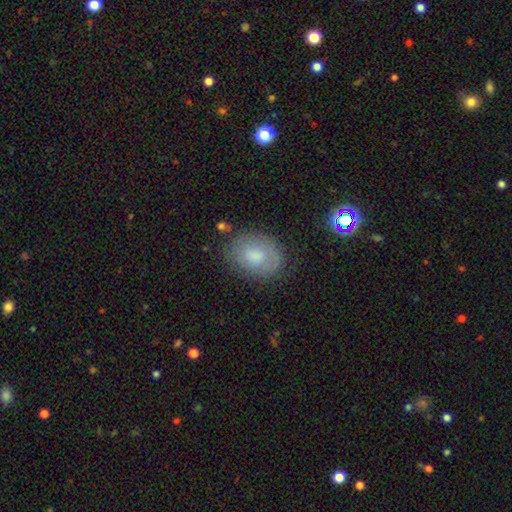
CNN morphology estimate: smooth 68%, featured or disk 22%, star or artifact 10%. Down the decision tree: how rounded — in between (69%); merging — none (73%).